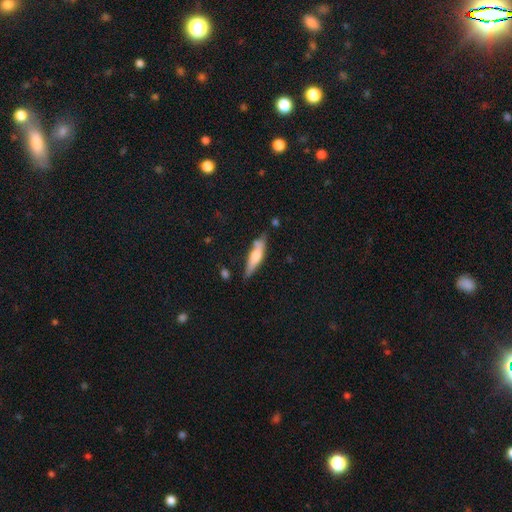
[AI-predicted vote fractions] smooth 55%, featured or disk 39%, star or artifact 6%. Down the decision tree: how rounded — cigar-shaped (77%); merging — none (71%).